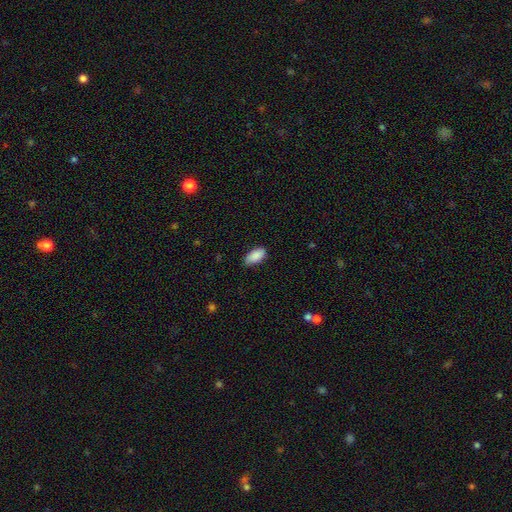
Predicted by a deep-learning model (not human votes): Smooth or featured: smooth — 89% (star or artifact — 6%)
How rounded: in between — 93% (cigar-shaped — 5%)
Merging: none — 79% (minor disturbance — 17%)